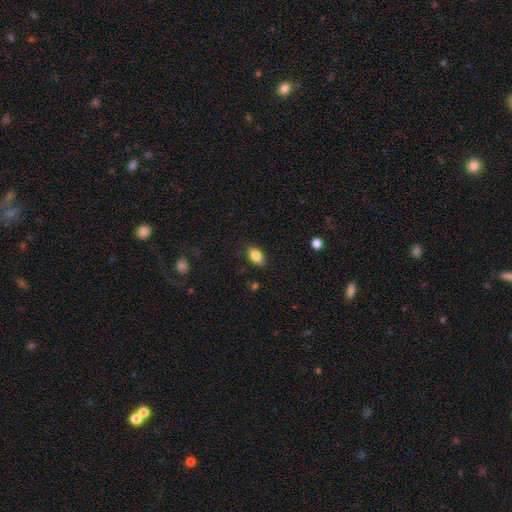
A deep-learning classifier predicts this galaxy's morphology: The model was most divided on "merging": none: 82%, minor disturbance: 14%, major disturbance: 3%, merger: 1%. More confident: how rounded — in between (89%); smooth or featured — smooth (85%).